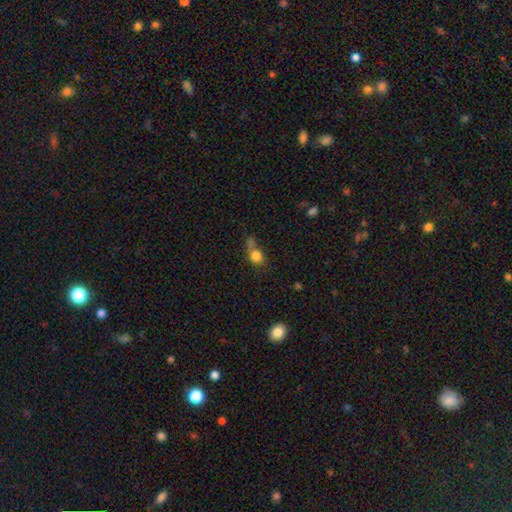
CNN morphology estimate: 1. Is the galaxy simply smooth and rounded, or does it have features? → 80% smooth, 11% star or artifact, 9% featured or disk.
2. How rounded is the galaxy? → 66% round, 32% in between, 2% cigar-shaped.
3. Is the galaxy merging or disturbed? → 40% none, 30% merger, 18% minor disturbance, 11% major disturbance.